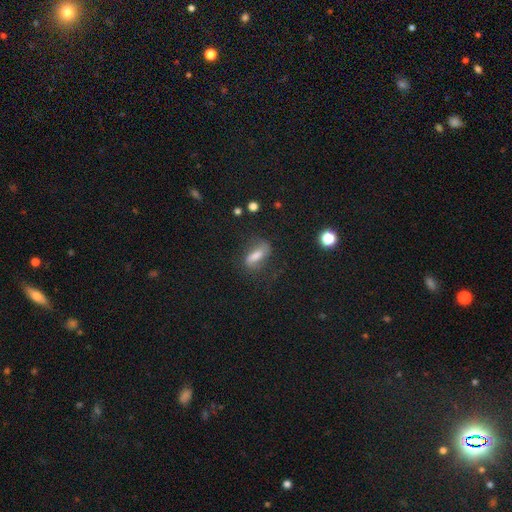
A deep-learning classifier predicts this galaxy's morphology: A smooth galaxy with no disk features (59%) that is in between round and cigar-shaped (68%).

Vote fractions:
- Smooth or featured? smooth: 59% / featured or disk: 29% / star or artifact: 12%
- How rounded? in between: 68% / cigar-shaped: 26% / round: 5%
- Merging? none: 60% / minor disturbance: 23% / major disturbance: 15% / merger: 3%